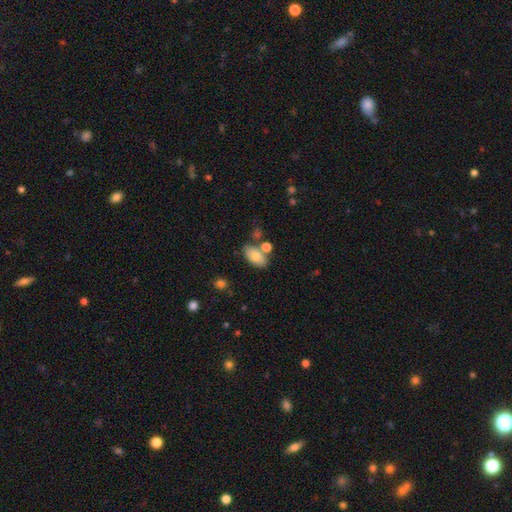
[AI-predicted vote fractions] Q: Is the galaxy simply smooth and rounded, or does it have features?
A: smooth — 80%.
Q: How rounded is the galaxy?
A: in between — 91%.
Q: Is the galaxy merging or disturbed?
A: none — 61%.